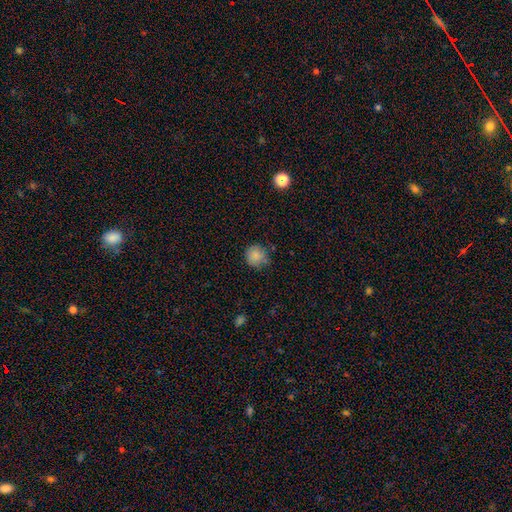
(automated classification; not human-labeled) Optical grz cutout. It shows a smooth galaxy with no disk features (85%) that is round (91%). Merging: none (75%).